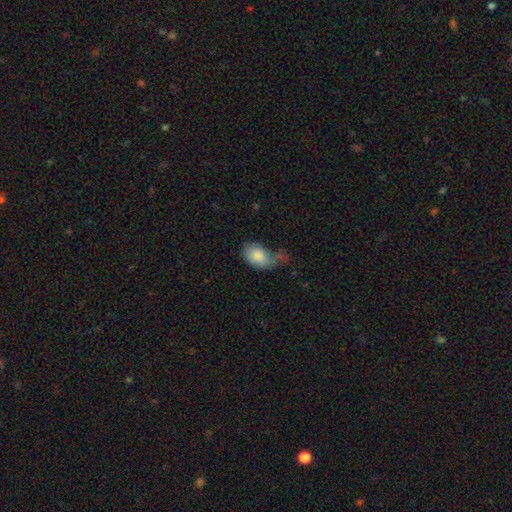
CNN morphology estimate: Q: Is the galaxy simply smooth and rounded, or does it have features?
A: smooth — 83%.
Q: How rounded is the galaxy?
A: in between — 88%.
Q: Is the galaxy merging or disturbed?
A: minor disturbance — 34%.